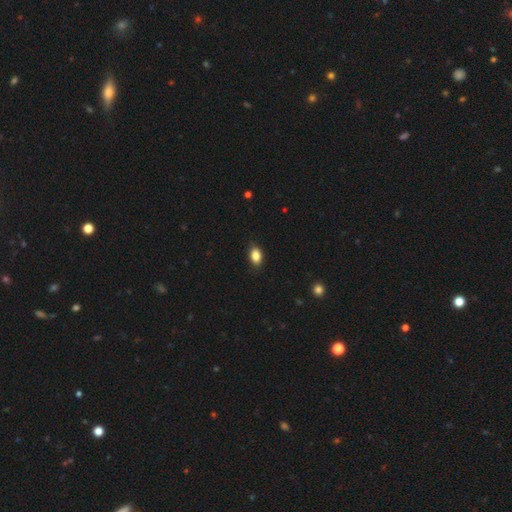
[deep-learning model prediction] smooth_or_featured: smooth (p=0.86) [alt: star or artifact p=0.09]
how_rounded: in between (p=0.84) [alt: round p=0.14]
merging: none (p=0.85) [alt: minor disturbance p=0.12]